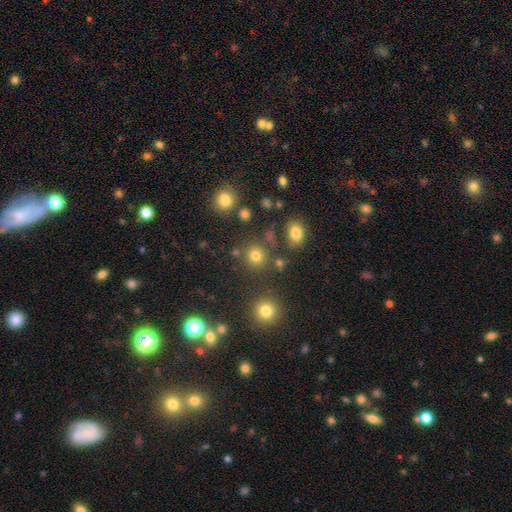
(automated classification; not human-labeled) A smooth galaxy with no disk features (77%) that is round (89%). Merging: none (80%).